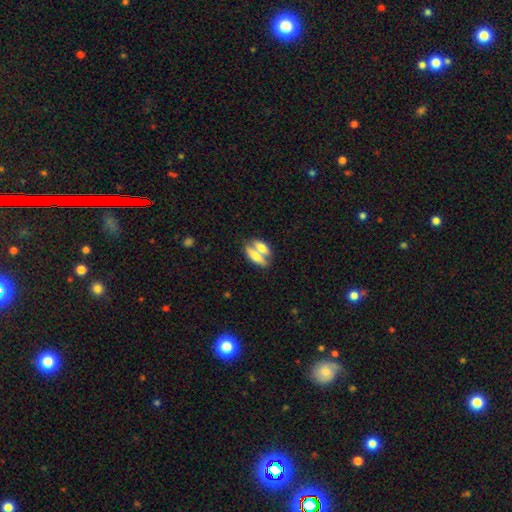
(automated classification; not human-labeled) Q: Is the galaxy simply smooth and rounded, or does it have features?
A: smooth — 66%.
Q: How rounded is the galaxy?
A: in between — 70%.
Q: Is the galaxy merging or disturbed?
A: merger — 59%.